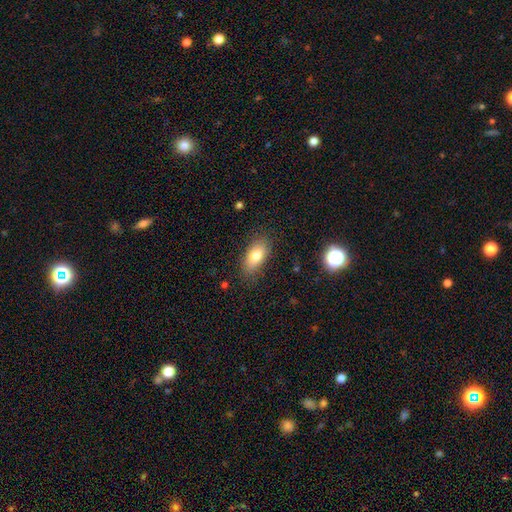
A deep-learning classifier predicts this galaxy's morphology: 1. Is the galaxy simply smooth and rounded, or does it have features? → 79% smooth, 13% featured or disk, 8% star or artifact.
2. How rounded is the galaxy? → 88% in between, 7% cigar-shaped, 5% round.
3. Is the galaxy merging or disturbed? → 81% none, 14% minor disturbance, 4% major disturbance, 1% merger.